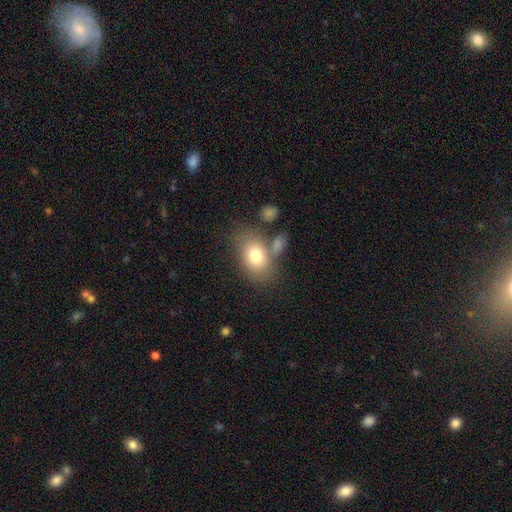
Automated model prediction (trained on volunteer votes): smooth-or-featured: smooth: 76% | featured or disk: 15% | star or artifact: 9%
  how-rounded: in between: 78% | round: 20% | cigar-shaped: 1%
  merging: none: 58% | merger: 19% | minor disturbance: 16% | major disturbance: 7%